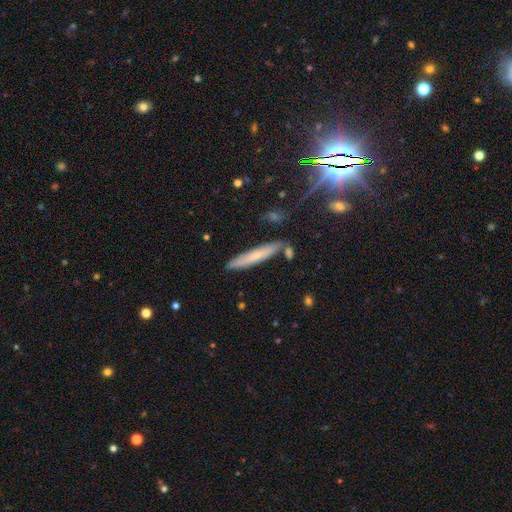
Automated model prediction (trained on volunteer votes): smooth 60%, featured or disk 31%, star or artifact 9%. Down the decision tree: how rounded — cigar-shaped (92%); merging — none (83%).